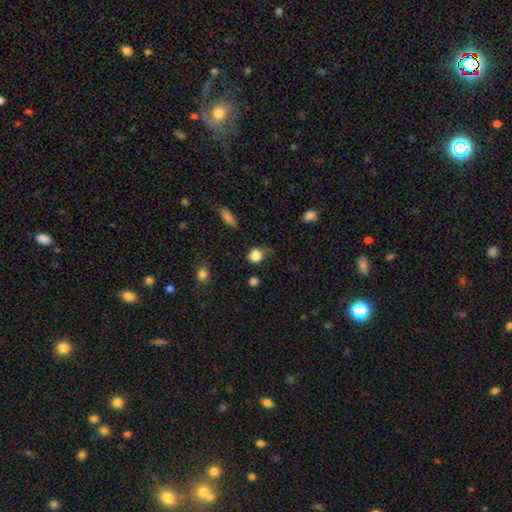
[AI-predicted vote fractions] smooth-or-featured: smooth: 84% | star or artifact: 10% | featured or disk: 6%
  how-rounded: round: 70% | in between: 29% | cigar-shaped: 1%
  merging: none: 44% | minor disturbance: 36% | major disturbance: 17% | merger: 4%